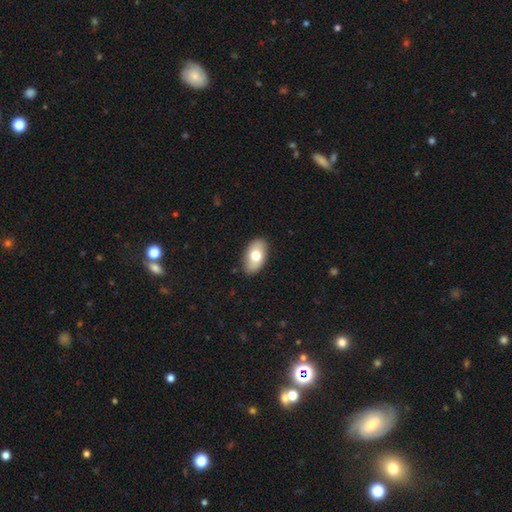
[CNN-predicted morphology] Overall: smooth (71%). How rounded: in between (93%). Merging: none (87%).